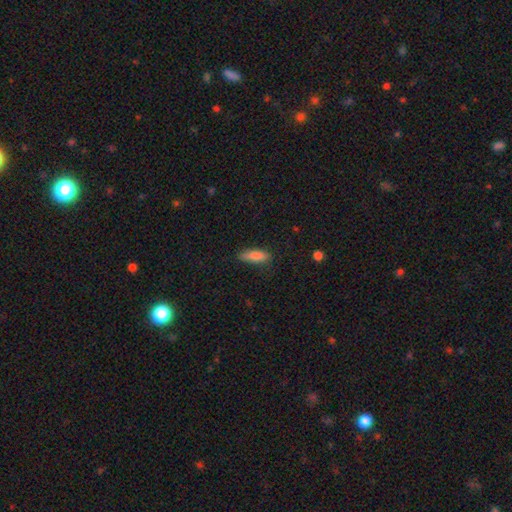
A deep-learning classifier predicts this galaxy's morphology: Smooth or featured: smooth — 83% (featured or disk — 10%)
How rounded: in between — 51% (cigar-shaped — 47%)
Merging: none — 81% (minor disturbance — 15%)